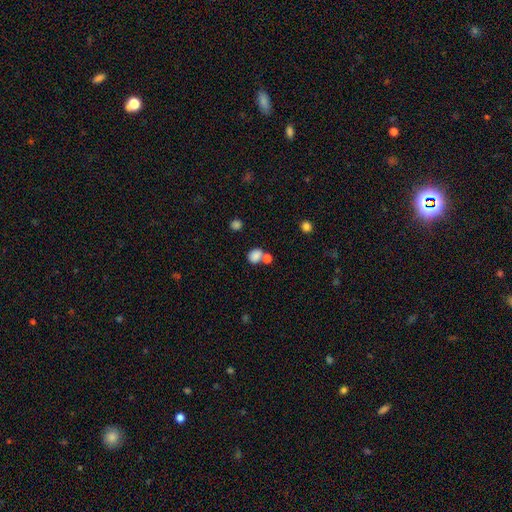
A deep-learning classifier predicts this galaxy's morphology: The model was most divided on "how rounded": round: 50%, in between: 49%, cigar-shaped: 1%. Remaining: smooth or featured — smooth (83%); merging — none (46%).